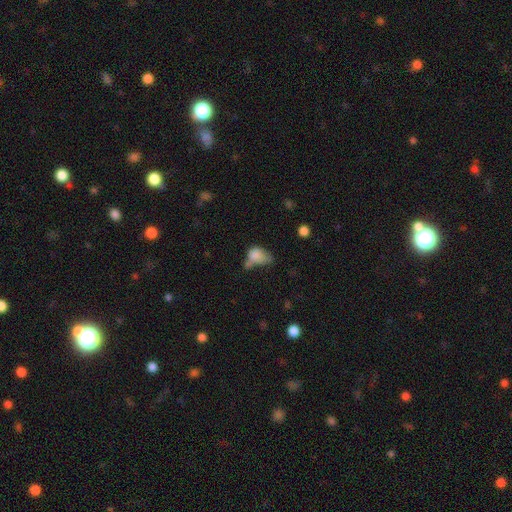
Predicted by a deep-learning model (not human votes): Morphology: type=smooth (74%); roundness=in between (73%); merging=merger (28%).